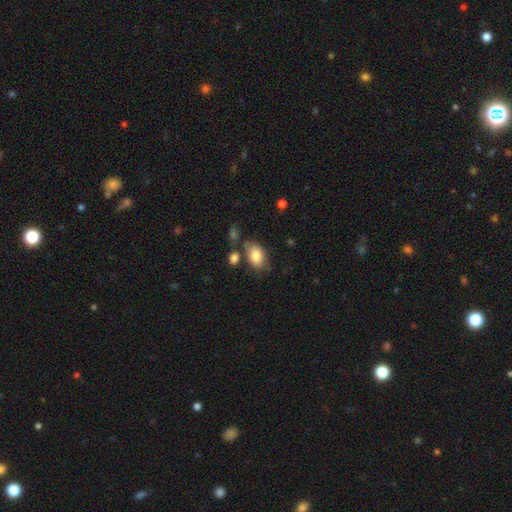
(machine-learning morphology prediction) Smooth or featured? smooth (81%)
How rounded? in between (92%)
Merging? none (62%)